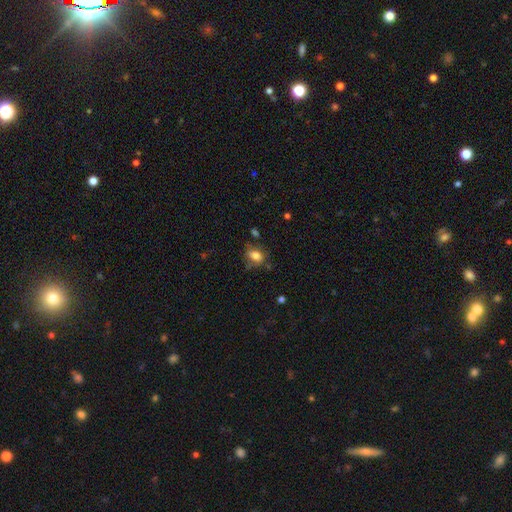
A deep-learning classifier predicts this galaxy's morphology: Smooth or featured: smooth — 75% (featured or disk — 15%)
How rounded: in between — 75% (round — 23%)
Merging: none — 60% (minor disturbance — 25%)